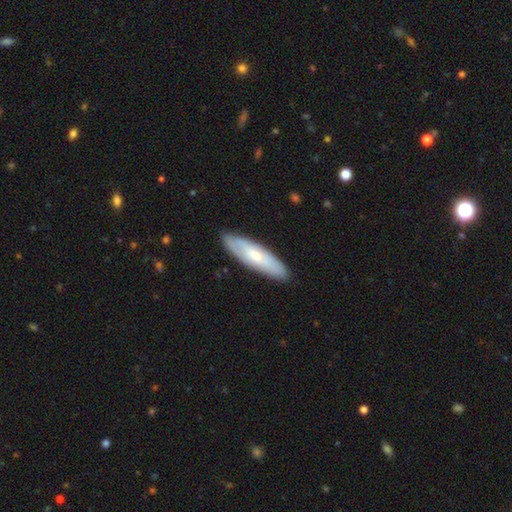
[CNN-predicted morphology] smooth_or_featured: smooth (p=0.52) [alt: featured or disk p=0.43]
how_rounded: cigar-shaped (p=0.60) [alt: in between p=0.39]
merging: none (p=0.87) [alt: minor disturbance p=0.10]